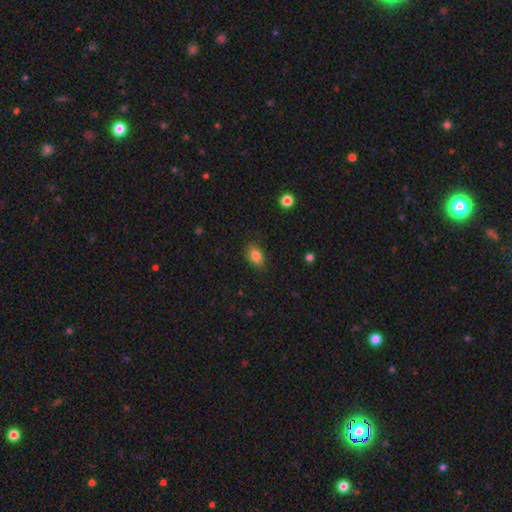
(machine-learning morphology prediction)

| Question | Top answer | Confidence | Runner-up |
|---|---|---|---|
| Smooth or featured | smooth | 83% | star or artifact (9%) |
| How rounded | in between | 84% | round (14%) |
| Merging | none | 84% | minor disturbance (12%) |